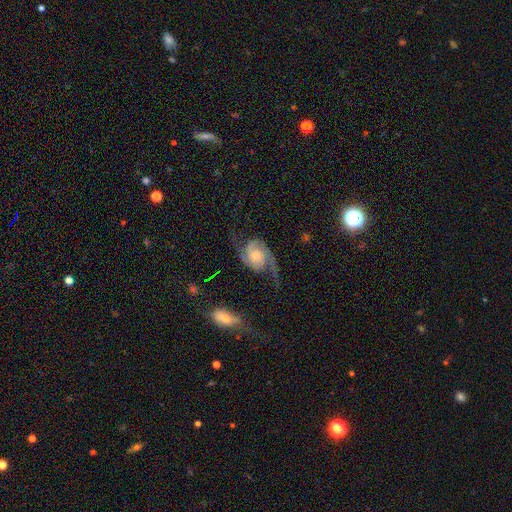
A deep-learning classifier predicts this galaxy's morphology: featured or disk 89%, smooth 6%, star or artifact 5%. Down the decision tree: edge-on disk — no (97%); bar — no (70%); spiral arms — yes (98%); spiral arm count — 2 (91%); spiral winding — medium (46%); bulge size — moderate (46%); merging — none (61%).